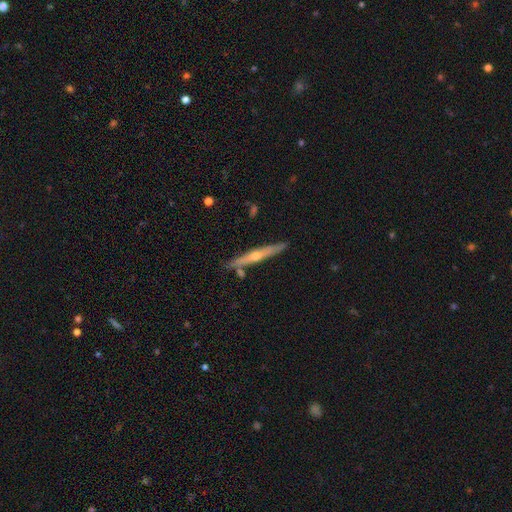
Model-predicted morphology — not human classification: Overall: featured or disk (74%). Edge-on disk: yes (96%). Edge-on bulge: rounded (86%). Merging: none (85%).